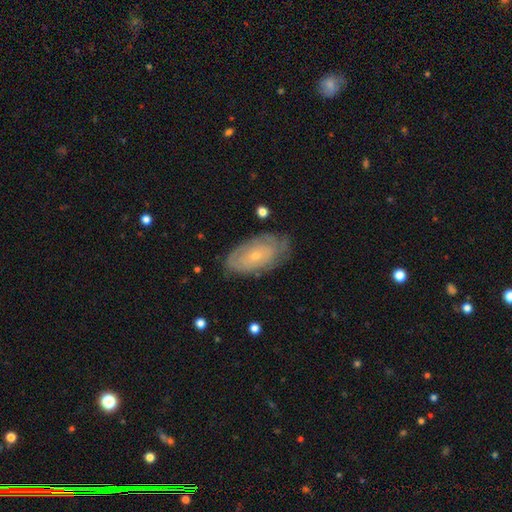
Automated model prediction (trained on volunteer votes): featured or disk 61%, smooth 32%, star or artifact 7%. Down the decision tree: edge-on disk — no (92%); bar — no (81%); spiral arms — yes (70%); bulge size — small (76%); merging — none (71%).